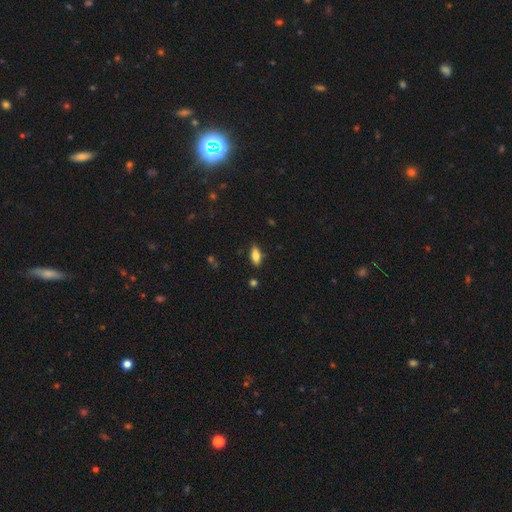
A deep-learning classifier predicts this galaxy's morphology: smooth_or_featured: smooth (p=0.75) [alt: featured or disk p=0.18]
how_rounded: in between (p=0.79) [alt: cigar-shaped p=0.18]
merging: none (p=0.85) [alt: minor disturbance p=0.11]